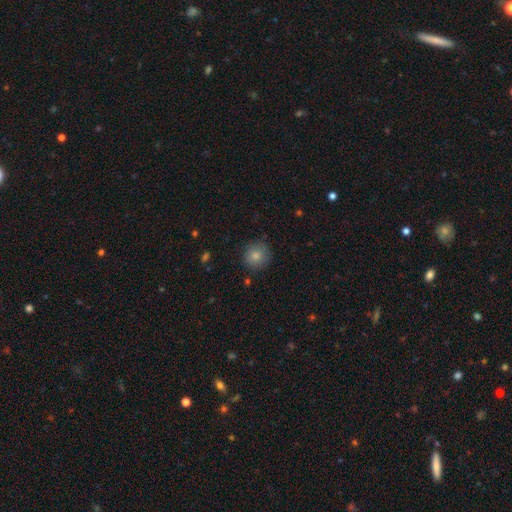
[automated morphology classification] A smooth galaxy with no disk features (83%) that is round (91%). Merging: none (86%).